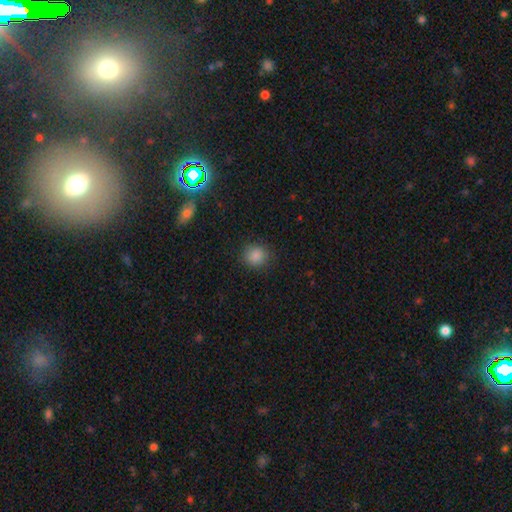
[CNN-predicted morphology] Smooth or featured? Predicted: smooth (p=0.86). How rounded? Predicted: round (p=0.87). Merging? Predicted: none (p=0.89).